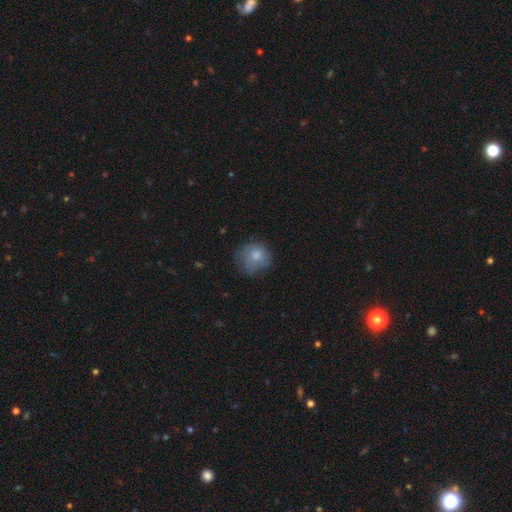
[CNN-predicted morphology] A smooth galaxy with no disk features (73%) that is round (78%). Merging: none (56%).